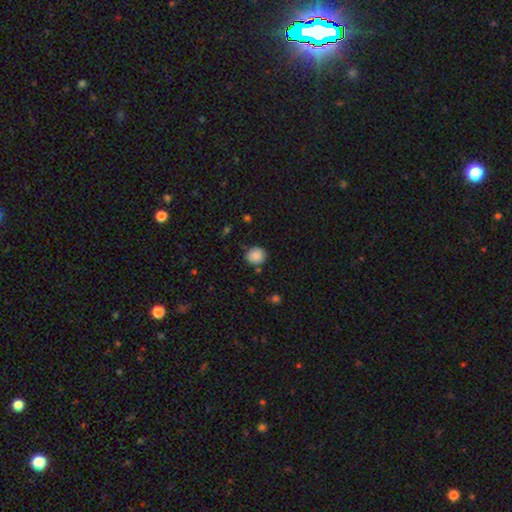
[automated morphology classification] Q: Smooth or featured?
A: smooth (87%); runner-up: star or artifact (8%)
Q: How rounded?
A: round (87%); runner-up: in between (13%)
Q: Merging?
A: none (81%); runner-up: minor disturbance (13%)